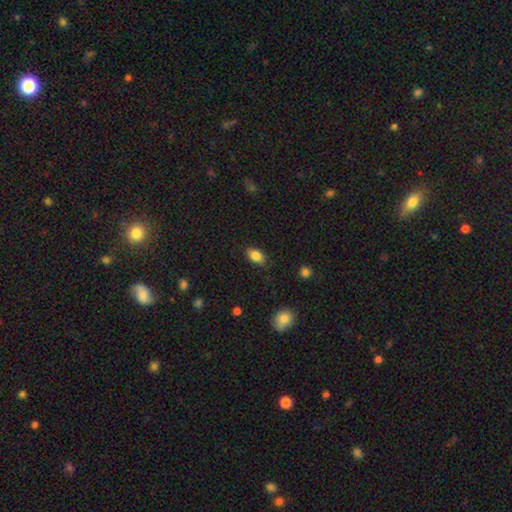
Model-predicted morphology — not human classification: type=smooth (85%); roundness=in between (88%); merging=none (85%).